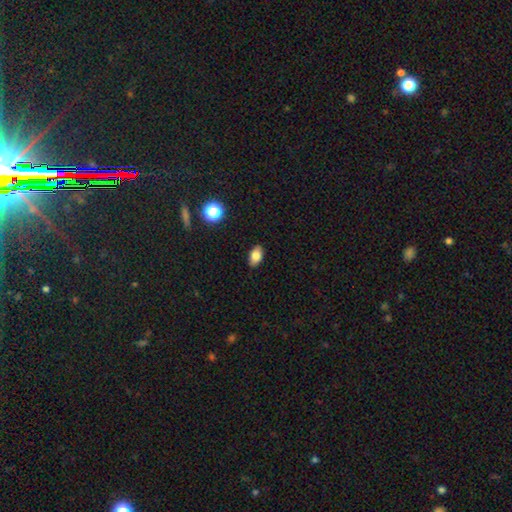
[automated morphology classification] smooth 82%, star or artifact 10%, featured or disk 8%. Down the decision tree: how rounded — in between (89%); merging — none (88%).